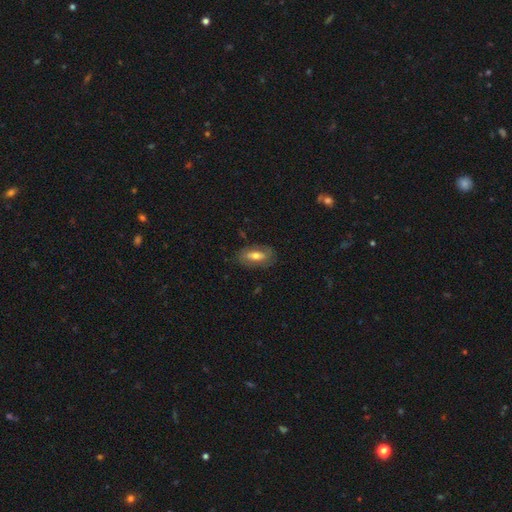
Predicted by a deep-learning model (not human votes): A smooth galaxy with no disk features (51%) that is in between round and cigar-shaped (84%).

Vote fractions:
- Smooth or featured? smooth: 51% / featured or disk: 41% / star or artifact: 7%
- How rounded? in between: 84% / cigar-shaped: 11% / round: 5%
- Merging? none: 75% / minor disturbance: 17% / major disturbance: 6% / merger: 1%